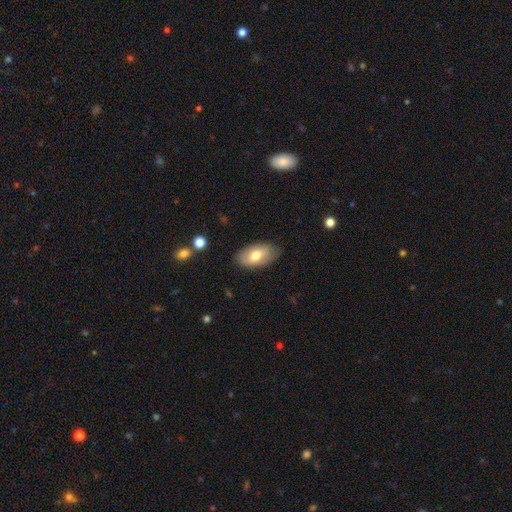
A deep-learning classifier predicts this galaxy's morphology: Smooth or featured? smooth (66%)
How rounded? in between (93%)
Merging? none (81%)